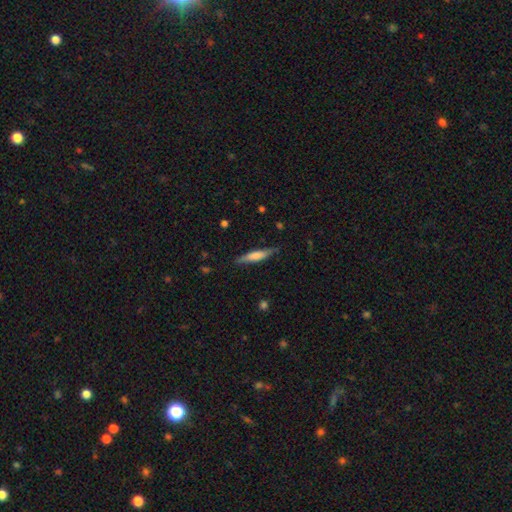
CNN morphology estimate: Smooth or featured?
  - smooth: 63% *
  - featured or disk: 31%
  - star or artifact: 6%
How rounded?
  - cigar-shaped: 84% *
  - in between: 14%
  - round: 1%
Merging?
  - none: 82% *
  - minor disturbance: 14%
  - major disturbance: 3%
  - merger: 1%